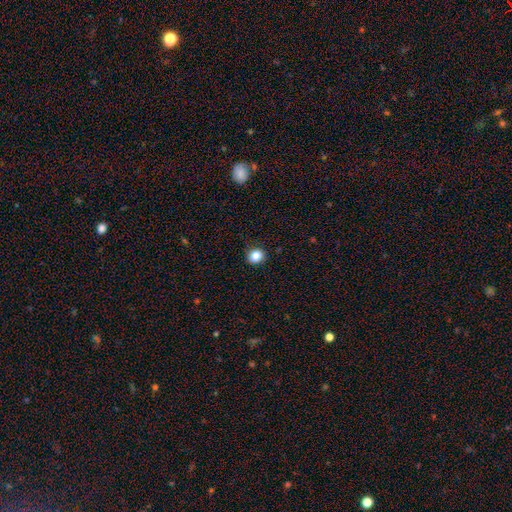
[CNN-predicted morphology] Q: Smooth or featured?
A: smooth (84%); runner-up: star or artifact (10%)
Q: How rounded?
A: round (75%); runner-up: in between (24%)
Q: Merging?
A: none (89%); runner-up: minor disturbance (8%)